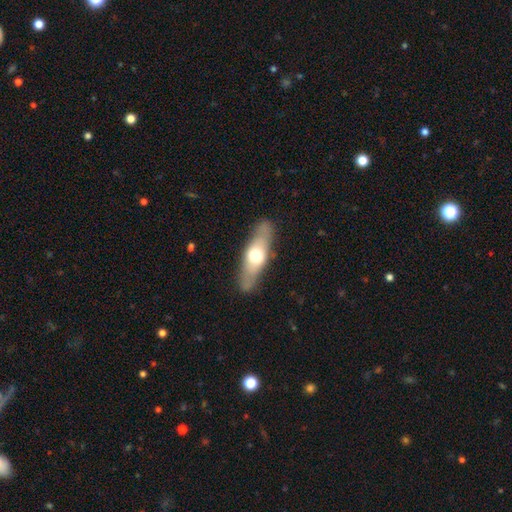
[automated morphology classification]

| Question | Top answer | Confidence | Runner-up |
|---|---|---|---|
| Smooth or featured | smooth | 51% | featured or disk (43%) |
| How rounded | cigar-shaped | 50% | in between (47%) |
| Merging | none | 83% | minor disturbance (12%) |